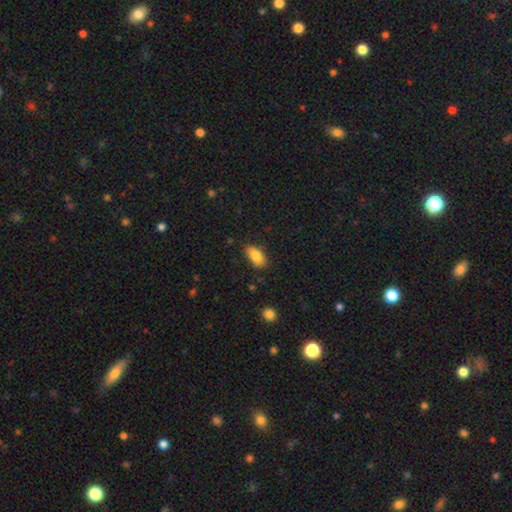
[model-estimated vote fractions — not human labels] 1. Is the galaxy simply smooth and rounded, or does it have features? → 83% smooth, 9% featured or disk, 8% star or artifact.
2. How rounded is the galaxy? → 90% in between, 5% cigar-shaped, 4% round.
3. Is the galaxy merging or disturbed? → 77% none, 18% minor disturbance, 3% major disturbance, 2% merger.